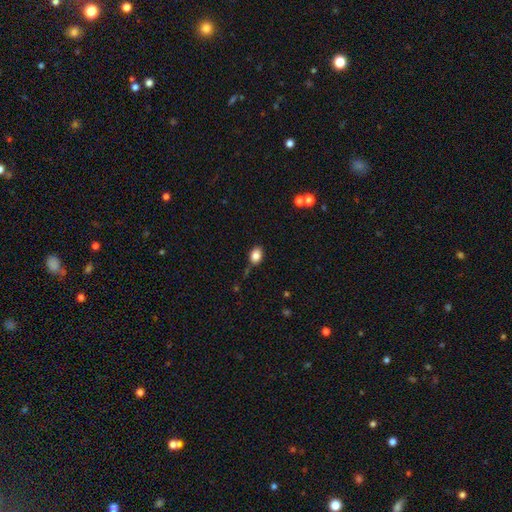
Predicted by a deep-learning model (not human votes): A smooth galaxy with no disk features (84%) that is in between round and cigar-shaped (71%). Merging: none (73%).